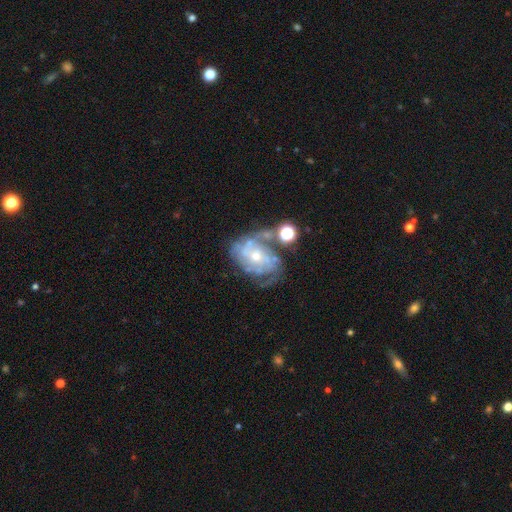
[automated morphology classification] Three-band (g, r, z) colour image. It shows a featured or disk galaxy (81%) with no bar (72%), tight (50%) spiral arms (87%) and a small central bulge (55%). Merging: none (44%).